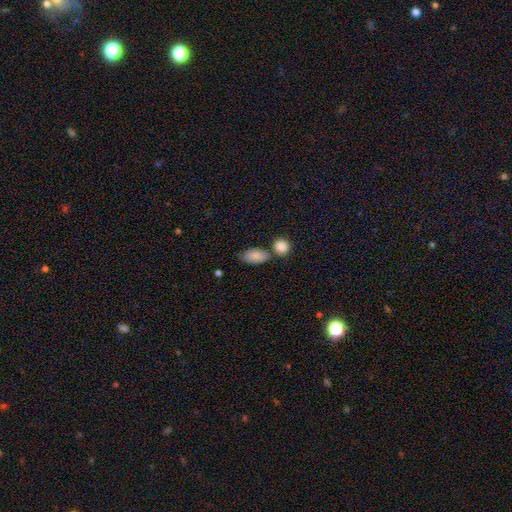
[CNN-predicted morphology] The model was most divided on "merging": none: 61%, merger: 19%, minor disturbance: 17%, major disturbance: 4%. More confident: how rounded — in between (91%); smooth or featured — smooth (87%).